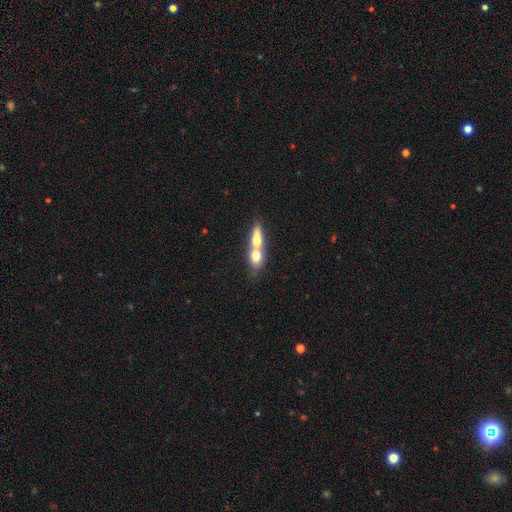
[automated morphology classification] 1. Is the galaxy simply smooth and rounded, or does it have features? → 64% smooth, 29% featured or disk, 7% star or artifact.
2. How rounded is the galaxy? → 51% in between, 27% round, 22% cigar-shaped.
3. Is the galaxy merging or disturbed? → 78% merger, 15% none, 4% minor disturbance, 3% major disturbance.